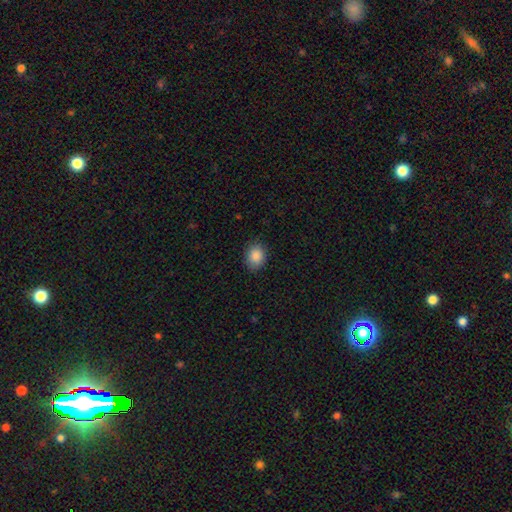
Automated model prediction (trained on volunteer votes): Smooth or featured? Predicted: smooth (p=0.87). How rounded? Predicted: in between (p=0.54). Merging? Predicted: none (p=0.86).